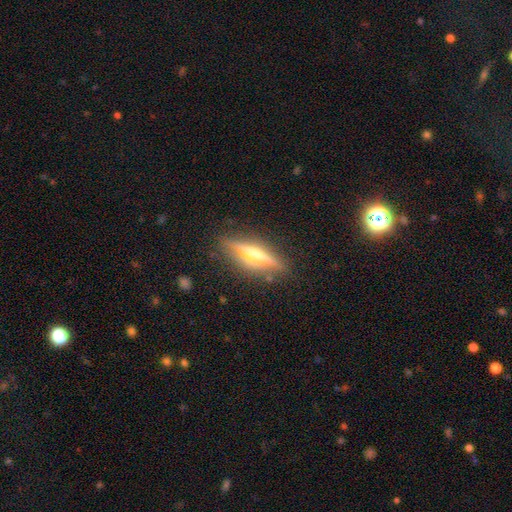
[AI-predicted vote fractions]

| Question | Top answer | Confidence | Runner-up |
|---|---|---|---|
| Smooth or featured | featured or disk | 75% | smooth (18%) |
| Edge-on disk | yes | 96% | no (4%) |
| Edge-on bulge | rounded | 88% | none (7%) |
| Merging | none | 88% | minor disturbance (9%) |